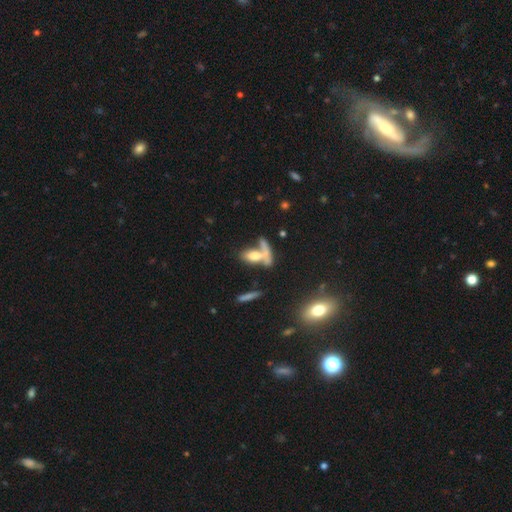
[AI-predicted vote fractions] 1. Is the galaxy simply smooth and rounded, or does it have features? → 61% smooth, 25% featured or disk, 14% star or artifact.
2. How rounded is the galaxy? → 65% in between, 24% cigar-shaped, 11% round.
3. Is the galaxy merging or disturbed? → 43% merger, 37% none, 10% minor disturbance, 10% major disturbance.